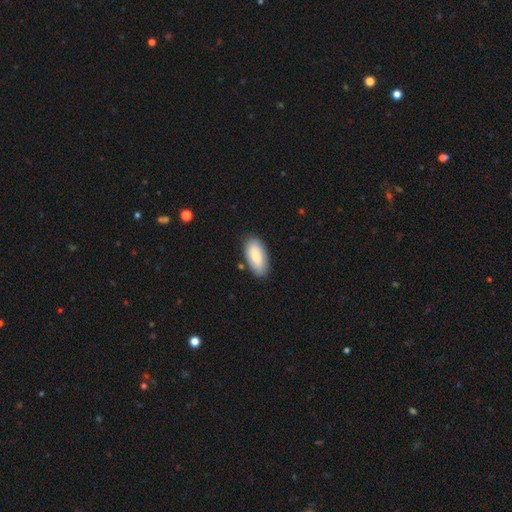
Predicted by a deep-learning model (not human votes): This appears to be a smooth galaxy with no disk features (82%) that is in between round and cigar-shaped (92%). Merging: none (81%).